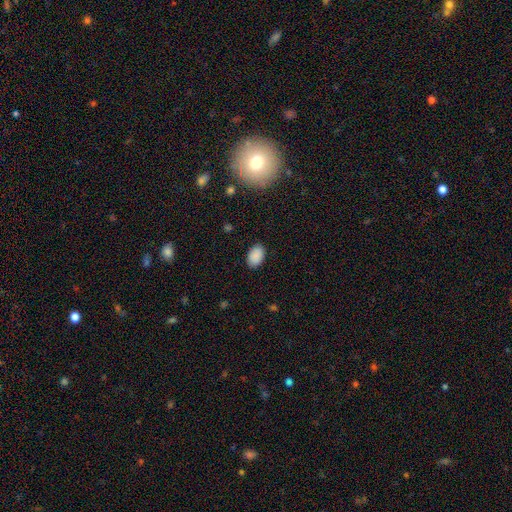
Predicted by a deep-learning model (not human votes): Smooth or featured? Predicted: smooth (p=0.89). How rounded? Predicted: in between (p=0.89). Merging? Predicted: none (p=0.88).